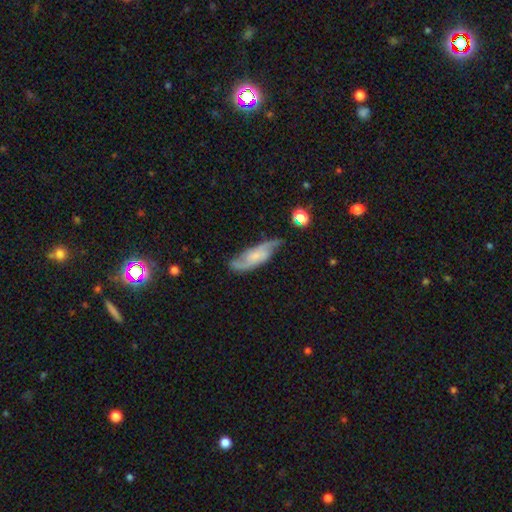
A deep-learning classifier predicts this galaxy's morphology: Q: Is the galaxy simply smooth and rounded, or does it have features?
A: featured or disk — 70%.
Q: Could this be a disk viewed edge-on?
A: no — 86%.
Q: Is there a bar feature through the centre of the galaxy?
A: no — 61%.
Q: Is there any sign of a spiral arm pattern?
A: yes — 94%.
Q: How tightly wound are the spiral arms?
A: medium — 44%.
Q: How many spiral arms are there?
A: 2 — 80%.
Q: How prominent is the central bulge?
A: small — 53%.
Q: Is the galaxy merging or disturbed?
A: none — 68%.